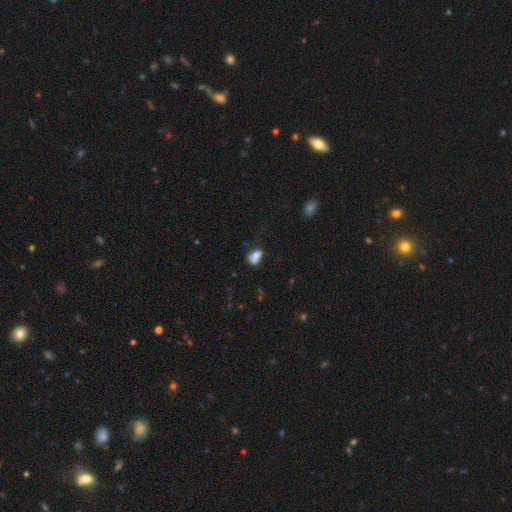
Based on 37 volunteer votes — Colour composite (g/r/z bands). It shows a smooth galaxy with no disk features (78%) that is in between round and cigar-shaped (90%). Merging: minor disturbance (38%).